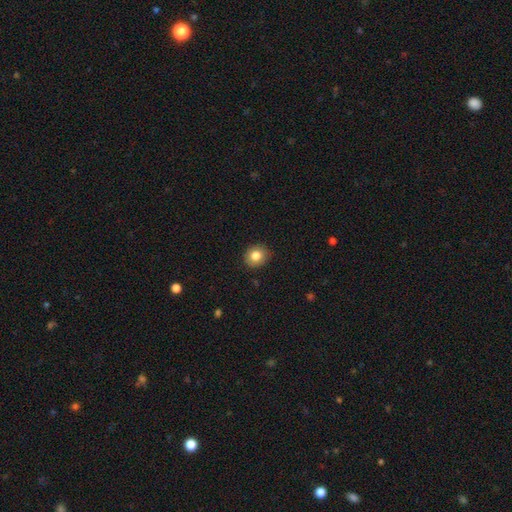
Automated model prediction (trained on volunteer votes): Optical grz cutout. It shows a smooth galaxy with no disk features (83%) that is round (79%). Merging: none (89%).